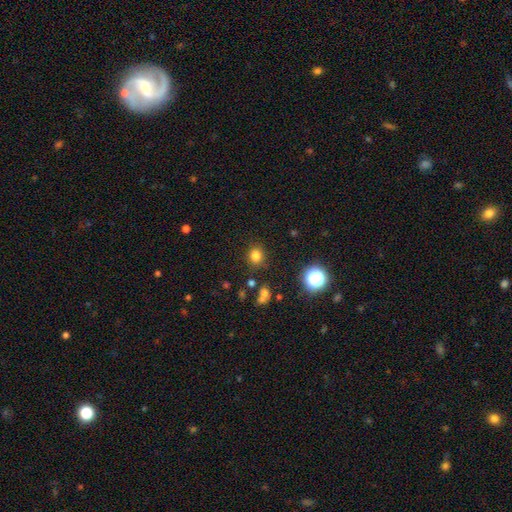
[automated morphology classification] Overall: smooth (79%). How rounded: round (87%). Merging: none (86%).